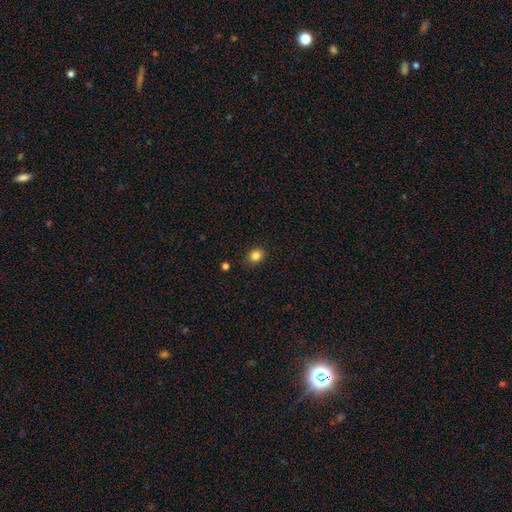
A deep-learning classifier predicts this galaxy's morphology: This is clearly a smooth galaxy (83%). How rounded: likely round (61%). Merging: clearly none (87%).